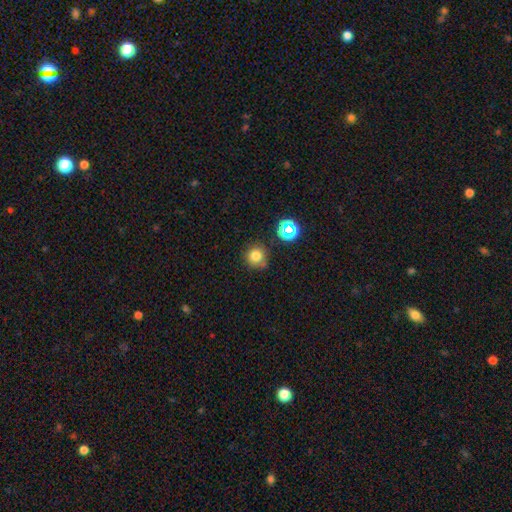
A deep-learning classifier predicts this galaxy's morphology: smooth_or_featured: smooth (p=0.78) [alt: star or artifact p=0.15]
how_rounded: round (p=0.92) [alt: in between p=0.07]
merging: none (p=0.76) [alt: minor disturbance p=0.15]